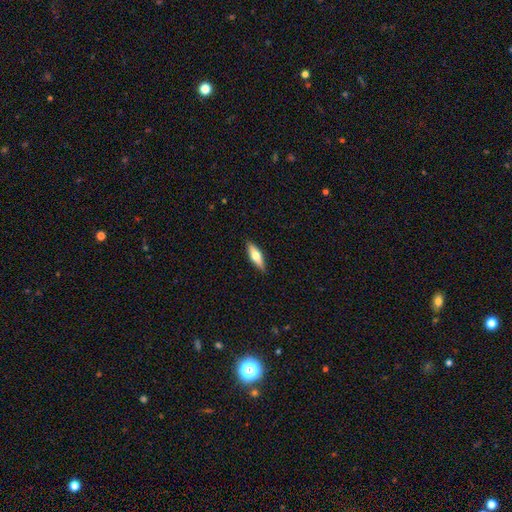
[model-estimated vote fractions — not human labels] A smooth galaxy with no disk features (51%) that is cigar-shaped (53%).

Vote fractions:
- Smooth or featured? smooth: 51% / featured or disk: 43% / star or artifact: 6%
- How rounded? cigar-shaped: 53% / in between: 44% / round: 2%
- Merging? none: 89% / minor disturbance: 8% / major disturbance: 2% / merger: 1%